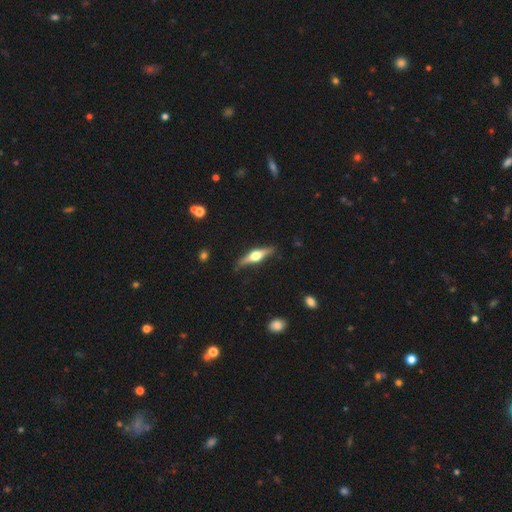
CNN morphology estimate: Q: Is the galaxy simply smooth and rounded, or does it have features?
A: featured or disk — 71%.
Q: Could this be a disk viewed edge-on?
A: yes — 97%.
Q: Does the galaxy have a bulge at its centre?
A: rounded — 95%.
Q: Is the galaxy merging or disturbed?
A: none — 86%.